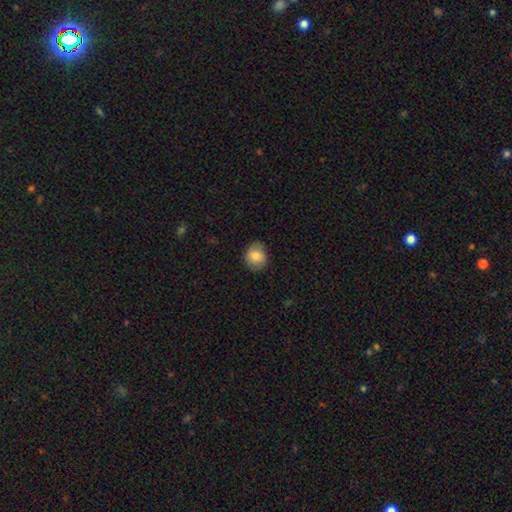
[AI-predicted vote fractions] Smooth or featured? smooth (81%)
How rounded? round (75%)
Merging? none (80%)